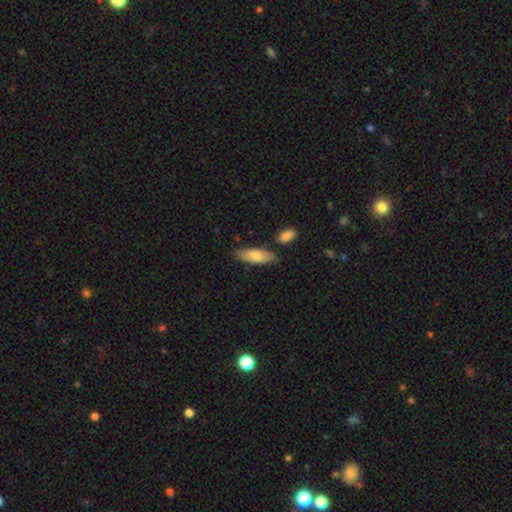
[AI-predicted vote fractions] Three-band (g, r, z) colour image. It shows a smooth galaxy with no disk features (76%) that is in between round and cigar-shaped (67%). Merging: none (76%).